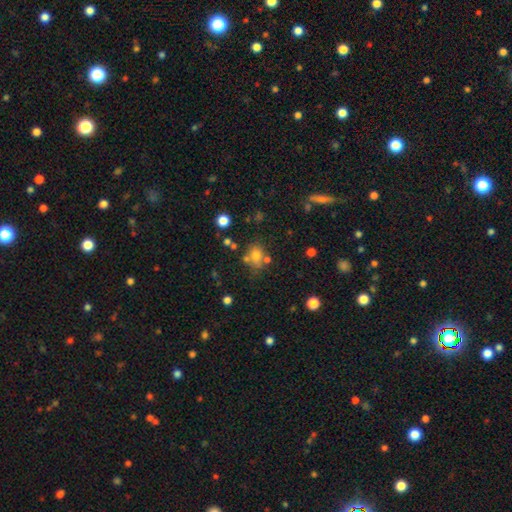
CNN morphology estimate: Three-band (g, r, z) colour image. It shows a smooth galaxy with no disk features (70%) that is in between round and cigar-shaped (50%). Merging: none (54%).